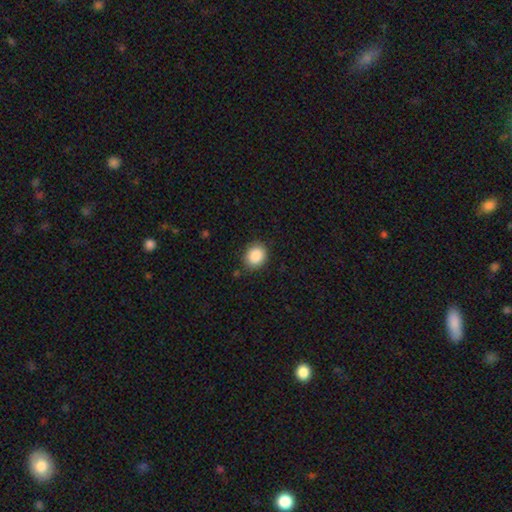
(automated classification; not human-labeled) Q: Smooth or featured?
A: smooth (88%); runner-up: star or artifact (8%)
Q: How rounded?
A: round (68%); runner-up: in between (31%)
Q: Merging?
A: none (86%); runner-up: minor disturbance (10%)